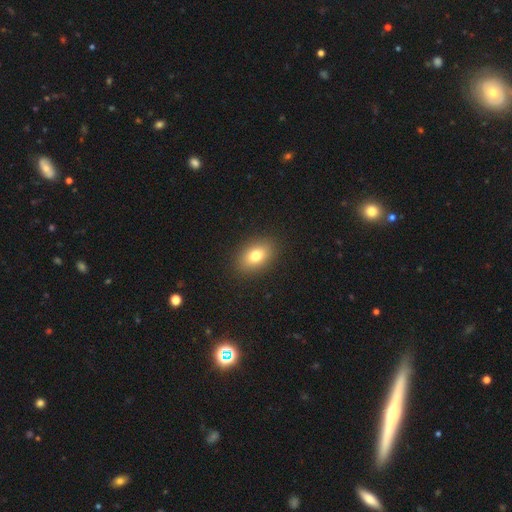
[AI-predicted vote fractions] This appears to be a smooth galaxy with no disk features (78%) that is in between round and cigar-shaped (83%). Merging: none (90%).